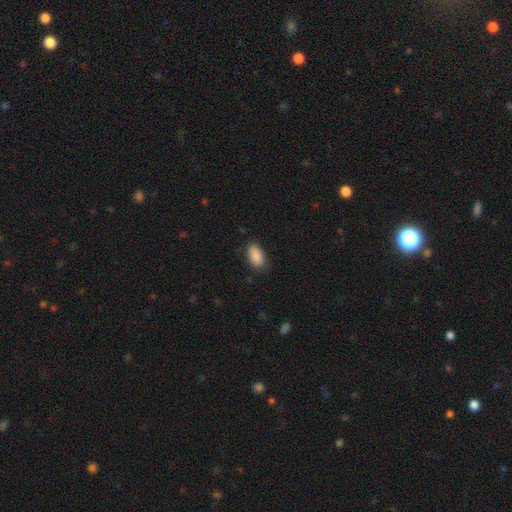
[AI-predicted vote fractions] This appears to be a smooth galaxy with no disk features (89%) that is in between round and cigar-shaped (94%). Merging: none (84%).